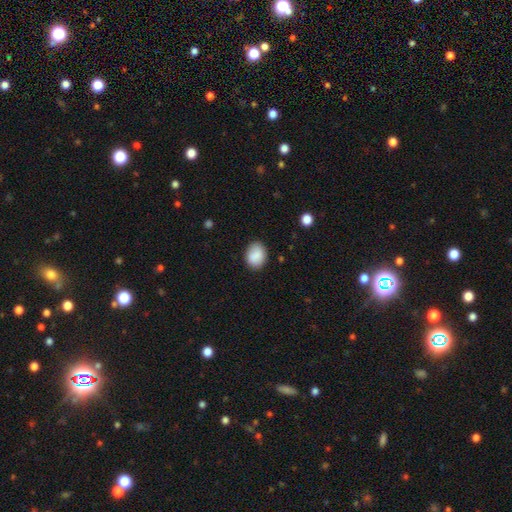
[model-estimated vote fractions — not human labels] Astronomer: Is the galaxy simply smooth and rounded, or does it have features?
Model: smooth — 88%.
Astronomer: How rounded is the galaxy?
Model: in between — 60% (runner-up: round, 39%).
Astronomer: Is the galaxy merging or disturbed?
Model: none — 84%.